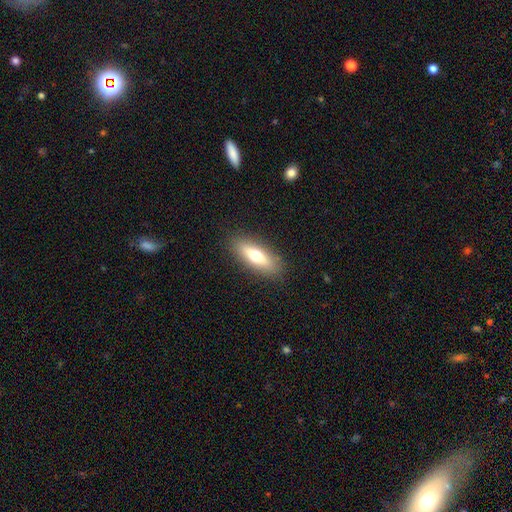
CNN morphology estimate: This is likely a smooth galaxy (64%). How rounded: possibly in between (55%). Merging: clearly none (88%).